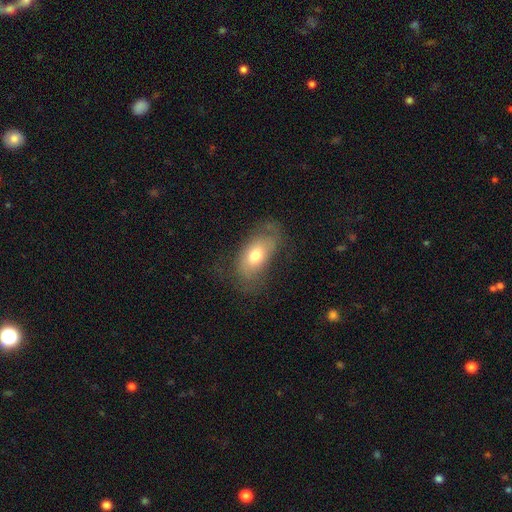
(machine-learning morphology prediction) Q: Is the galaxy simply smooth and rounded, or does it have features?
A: smooth — 65%.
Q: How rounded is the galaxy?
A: in between — 90%.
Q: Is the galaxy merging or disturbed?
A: none — 56%.